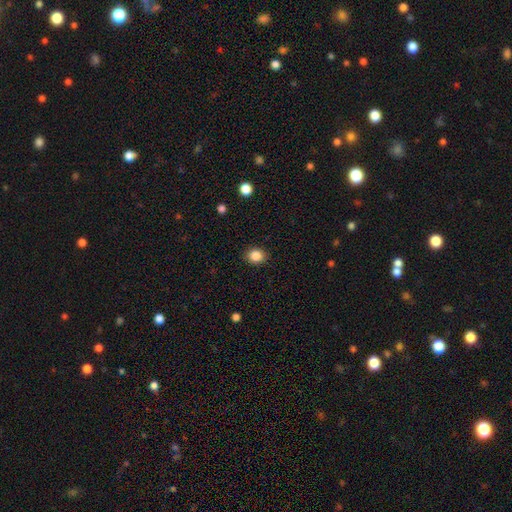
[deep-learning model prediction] This appears to be a smooth galaxy with no disk features (86%) that is round (65%). Merging: none (89%).